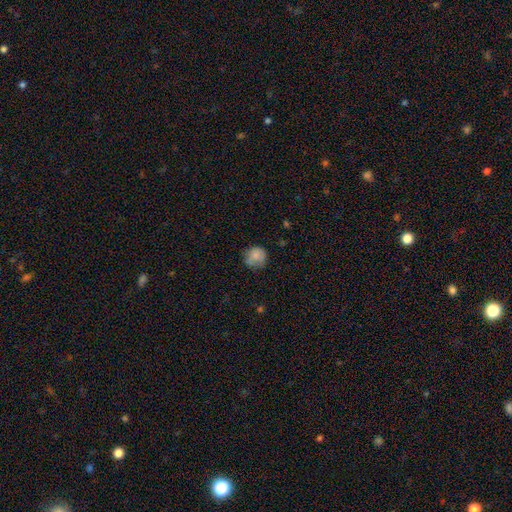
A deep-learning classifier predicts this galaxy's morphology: The model was most divided on "merging": none: 65%, minor disturbance: 25%, major disturbance: 6%, merger: 4%. More confident: how rounded — round (88%); smooth or featured — smooth (78%).